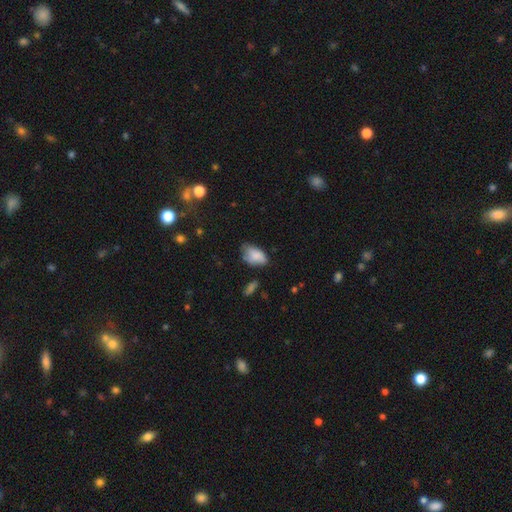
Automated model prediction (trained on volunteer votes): A smooth galaxy with no disk features (81%) that is in between round and cigar-shaped (92%).

Vote fractions:
- Smooth or featured? smooth: 81% / featured or disk: 12% / star or artifact: 8%
- How rounded? in between: 92% / round: 6% / cigar-shaped: 2%
- Merging? none: 48% / minor disturbance: 38% / major disturbance: 10% / merger: 4%